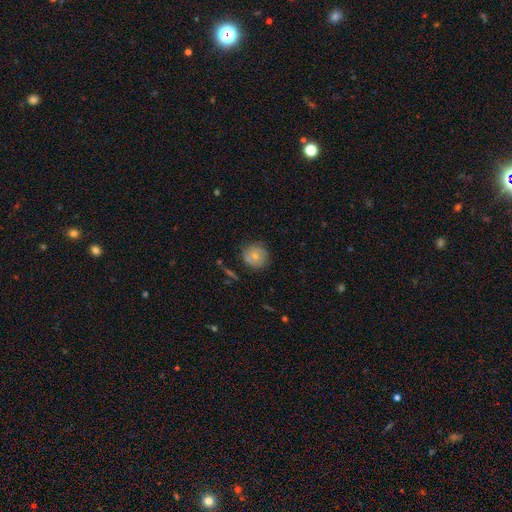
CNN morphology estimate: Smooth or featured: smooth — 64% (featured or disk — 26%)
How rounded: round — 91% (in between — 8%)
Merging: none — 75% (minor disturbance — 16%)